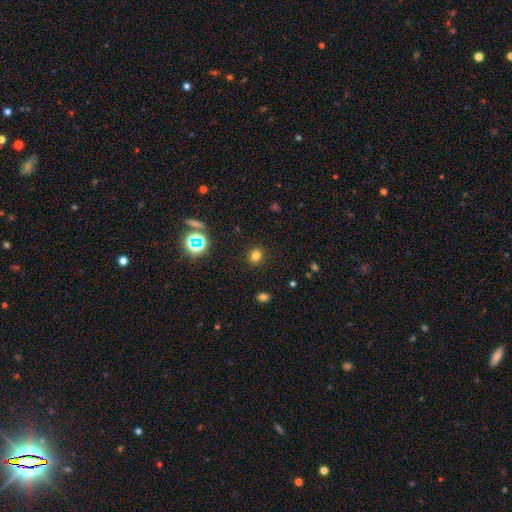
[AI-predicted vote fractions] This is likely a smooth galaxy (76%). How rounded: likely round (79%). Merging: clearly none (89%).